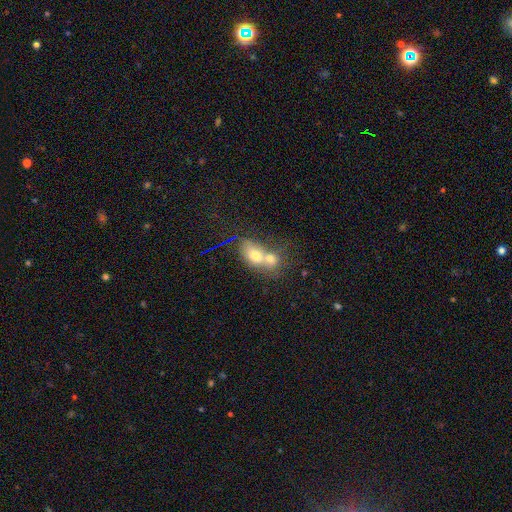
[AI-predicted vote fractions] This is likely a smooth galaxy (68%). How rounded: likely in between (70%). Merging: likely merger (71%).